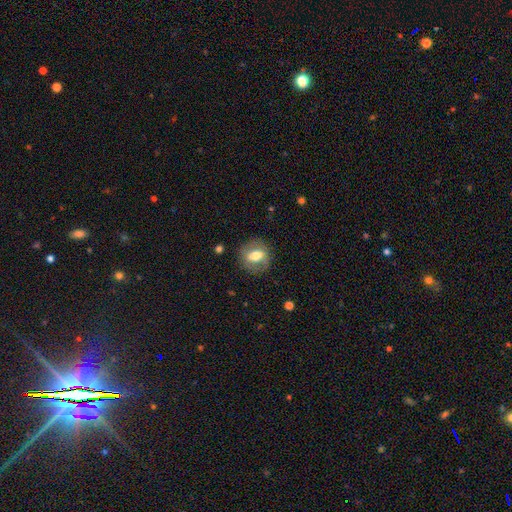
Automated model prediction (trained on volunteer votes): A smooth galaxy with no disk features (56%) that is round (62%). Merging: none (81%).